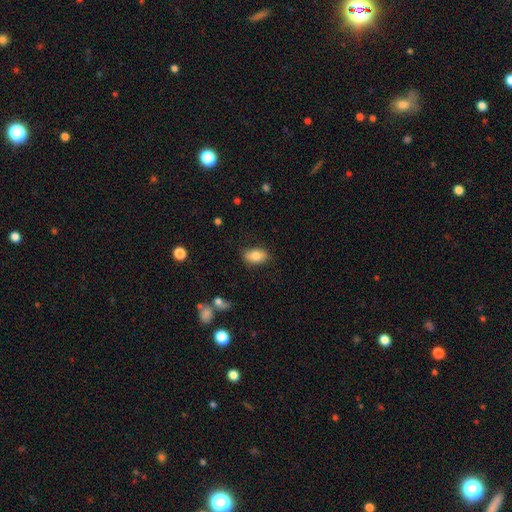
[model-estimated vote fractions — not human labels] A smooth galaxy with no disk features (80%) that is in between round and cigar-shaped (89%). Merging: none (83%).